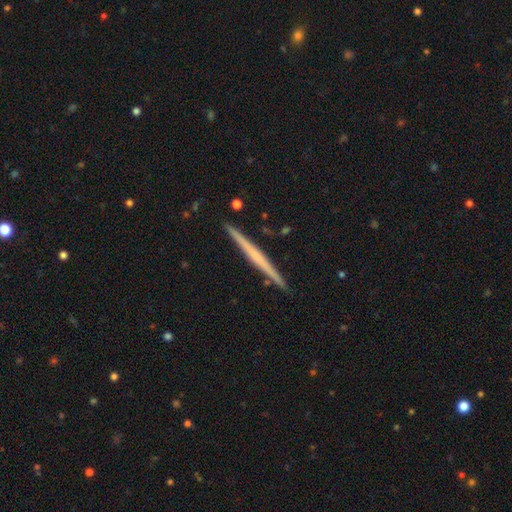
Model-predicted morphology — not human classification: smooth_or_featured: featured or disk (p=0.61) [alt: smooth p=0.34]
disk_edge_on: yes (p=0.98) [alt: no p=0.02]
edge_on_bulge: none (p=0.76) [alt: rounded p=0.17]
merging: none (p=0.93) [alt: minor disturbance p=0.05]